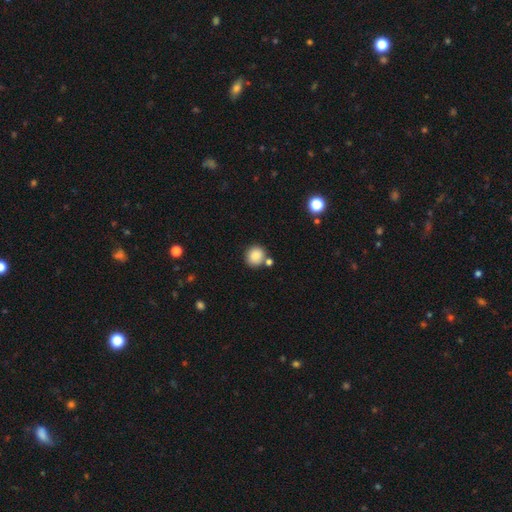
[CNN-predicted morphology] type=smooth (86%); roundness=round (87%); merging=none (73%).